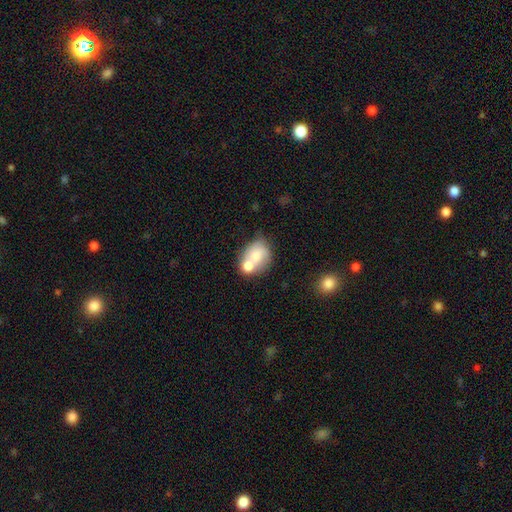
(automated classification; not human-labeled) smooth-or-featured: smooth: 66% | featured or disk: 26% | star or artifact: 8%
  how-rounded: in between: 59% | round: 39% | cigar-shaped: 1%
  merging: merger: 57% | none: 25% | minor disturbance: 12% | major disturbance: 6%